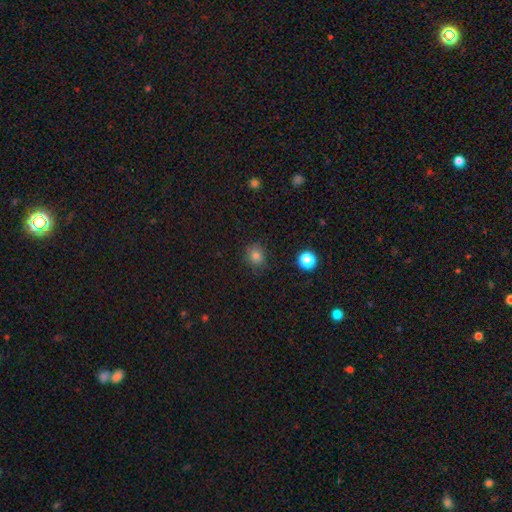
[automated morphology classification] smooth_or_featured: smooth (p=0.81) [alt: star or artifact p=0.14]
how_rounded: round (p=0.81) [alt: in between p=0.18]
merging: none (p=0.84) [alt: minor disturbance p=0.12]